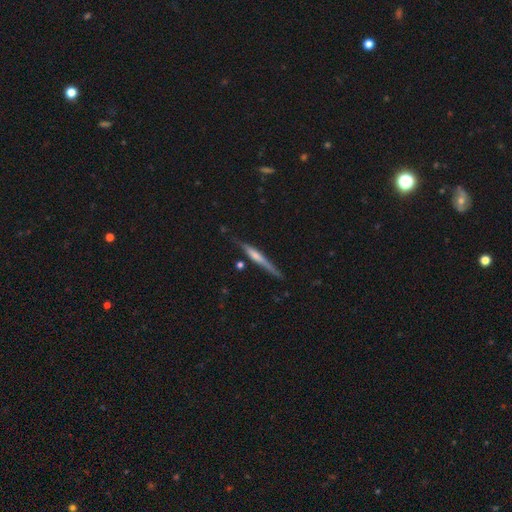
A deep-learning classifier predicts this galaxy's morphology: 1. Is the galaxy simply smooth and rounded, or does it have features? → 65% featured or disk, 28% smooth, 6% star or artifact.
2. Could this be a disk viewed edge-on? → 97% yes, 3% no.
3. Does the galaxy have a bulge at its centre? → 47% rounded, 36% none, 17% boxy.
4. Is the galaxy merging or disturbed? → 80% none, 14% minor disturbance, 3% major disturbance, 3% merger.